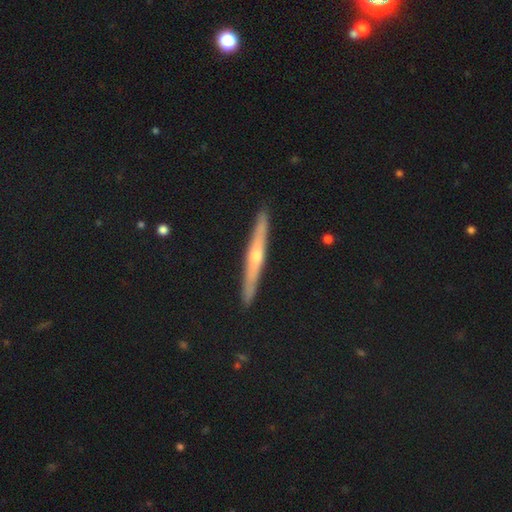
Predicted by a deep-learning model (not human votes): Smooth or featured?
  - featured or disk: 69% *
  - smooth: 24%
  - star or artifact: 7%
Edge-on disk?
  - yes: 97% *
  - no: 3%
Edge-on bulge?
  - rounded: 78% *
  - none: 18%
  - boxy: 4%
Merging?
  - none: 92% *
  - minor disturbance: 6%
  - major disturbance: 1%
  - merger: 1%